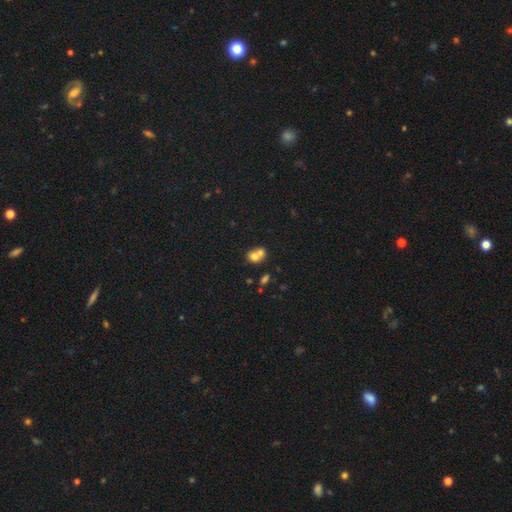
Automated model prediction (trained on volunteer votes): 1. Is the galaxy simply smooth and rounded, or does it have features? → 71% smooth, 18% featured or disk, 11% star or artifact.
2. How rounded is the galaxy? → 65% round, 34% in between, 1% cigar-shaped.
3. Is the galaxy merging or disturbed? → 64% merger, 27% none, 6% minor disturbance, 3% major disturbance.